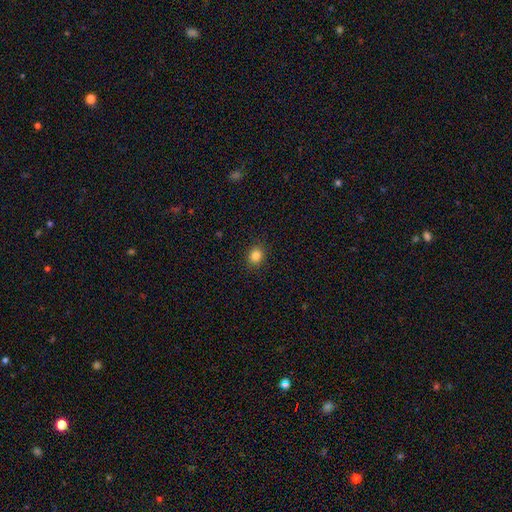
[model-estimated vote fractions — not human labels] This appears to be a smooth galaxy with no disk features (85%) that is round (75%). Merging: none (89%).